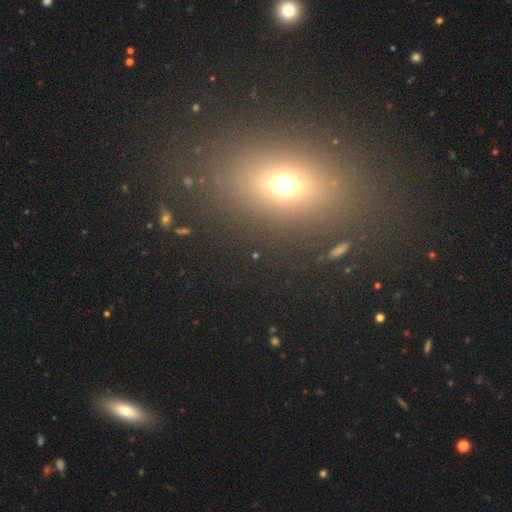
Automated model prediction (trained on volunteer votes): Smooth or featured? star or artifact (44%)